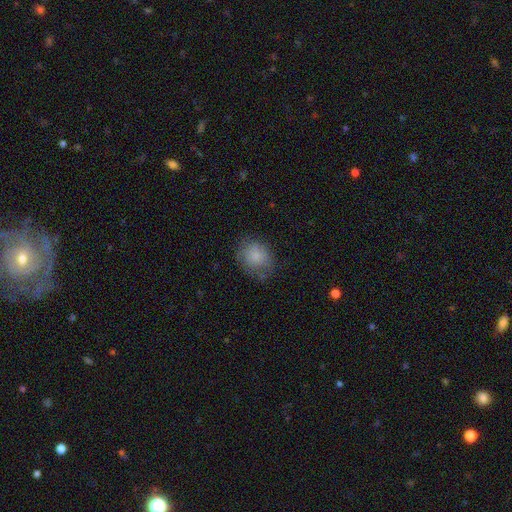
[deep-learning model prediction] smooth 77%, featured or disk 14%, star or artifact 8%. Down the decision tree: how rounded — round (58%); merging — none (61%).